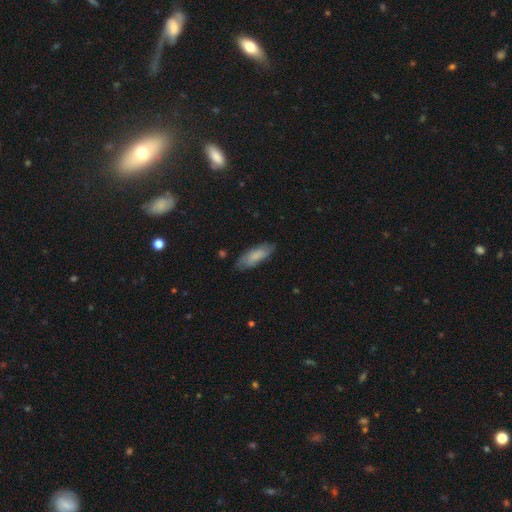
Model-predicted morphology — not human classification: Smooth or featured? smooth (76%)
How rounded? in between (67%)
Merging? none (76%)